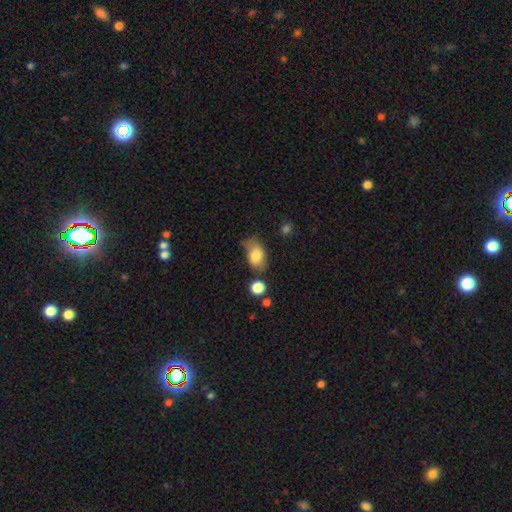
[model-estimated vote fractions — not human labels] Smooth or featured? smooth (79%)
How rounded? in between (86%)
Merging? none (50%)